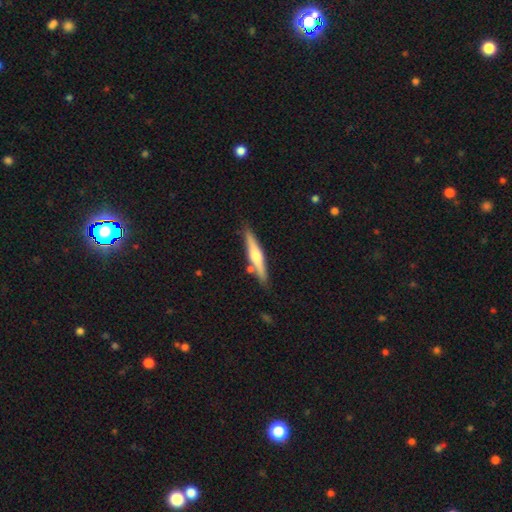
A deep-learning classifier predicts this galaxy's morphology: Q: Smooth or featured?
A: featured or disk (61%); runner-up: smooth (34%)
Q: Edge-on disk?
A: yes (97%); runner-up: no (3%)
Q: Edge-on bulge?
A: rounded (88%); runner-up: boxy (6%)
Q: Merging?
A: none (83%); runner-up: minor disturbance (10%)